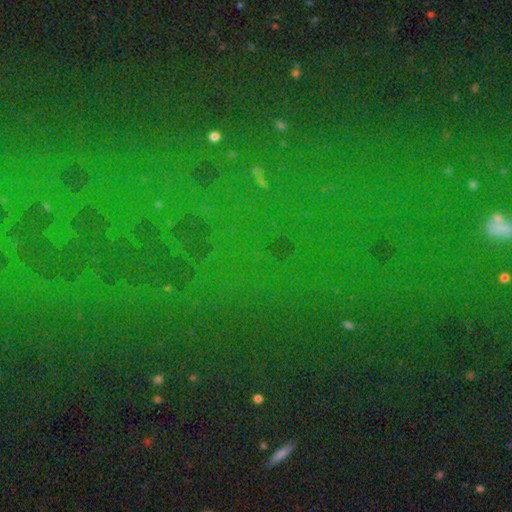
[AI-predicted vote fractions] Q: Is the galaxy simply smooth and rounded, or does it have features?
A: star or artifact — 80%.